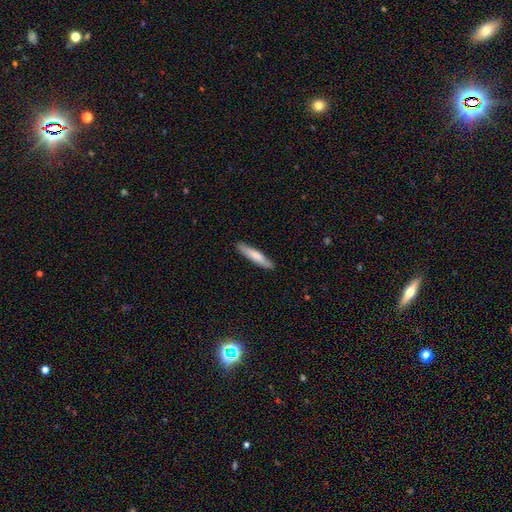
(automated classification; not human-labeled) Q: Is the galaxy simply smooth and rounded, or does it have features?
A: smooth — 73%.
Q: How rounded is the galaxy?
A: cigar-shaped — 90%.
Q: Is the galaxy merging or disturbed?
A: none — 86%.